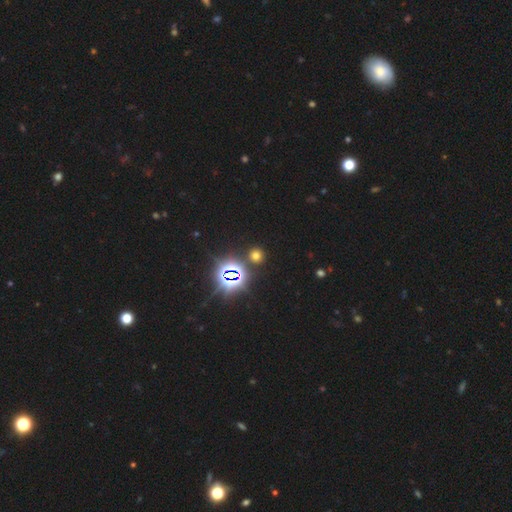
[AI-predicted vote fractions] smooth 56%, star or artifact 38%, featured or disk 7%. Down the decision tree: how rounded — round (89%); merging — none (85%).